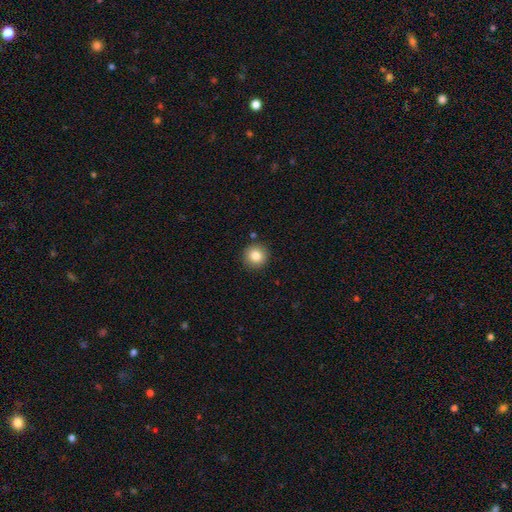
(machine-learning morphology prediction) smooth_or_featured: smooth (p=0.83) [alt: star or artifact p=0.10]
how_rounded: round (p=0.94) [alt: in between p=0.05]
merging: none (p=0.89) [alt: minor disturbance p=0.07]